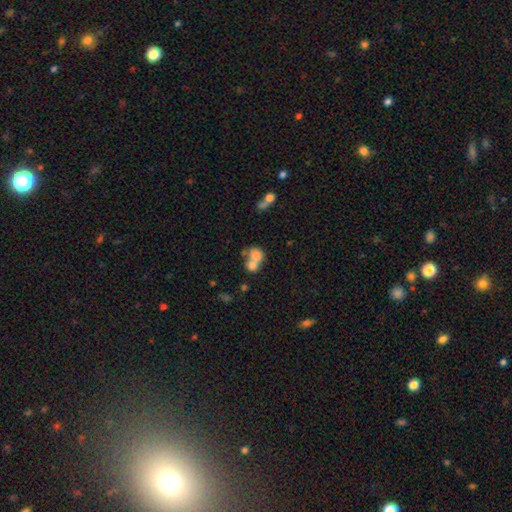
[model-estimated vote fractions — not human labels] Smooth or featured: smooth — 72% (featured or disk — 17%)
How rounded: round — 63% (in between — 36%)
Merging: merger — 65% (none — 24%)